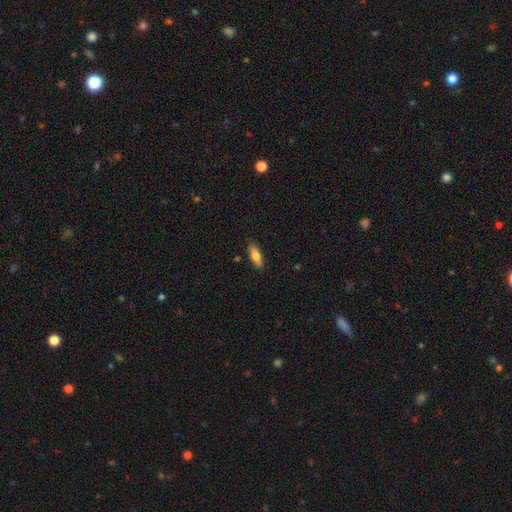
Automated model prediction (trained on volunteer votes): Smooth or featured? smooth (74%)
How rounded? in between (61%)
Merging? none (87%)